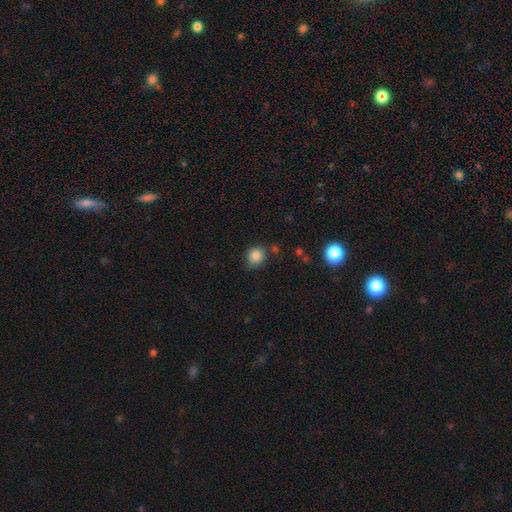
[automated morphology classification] A smooth galaxy with no disk features (85%) that is round (74%). Merging: none (71%).